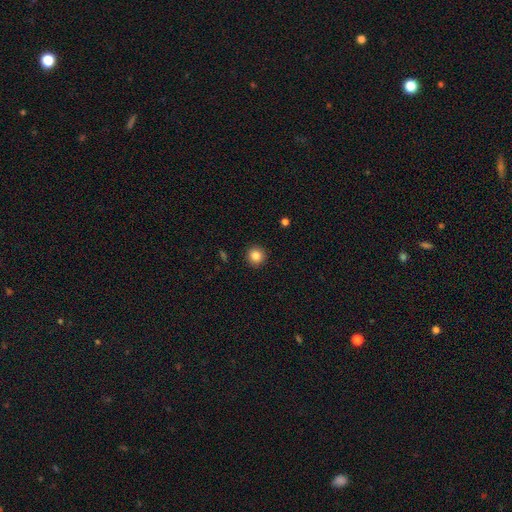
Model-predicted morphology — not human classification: Q: Smooth or featured?
A: smooth (84%); runner-up: star or artifact (11%)
Q: How rounded?
A: round (94%); runner-up: in between (5%)
Q: Merging?
A: none (92%); runner-up: minor disturbance (5%)